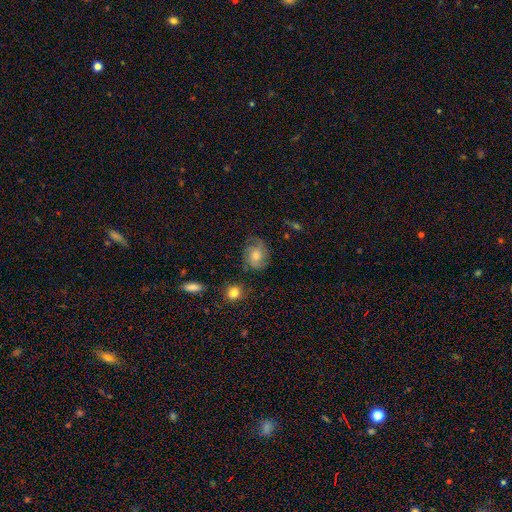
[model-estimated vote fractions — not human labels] Smooth or featured? featured or disk (61%)
Edge-on disk? no (97%)
Bar? no (73%)
Spiral arms? yes (89%)
Spiral winding? tight (44%)
Spiral arm count? 2 (40%)
Bulge size? moderate (60%)
Merging? none (72%)